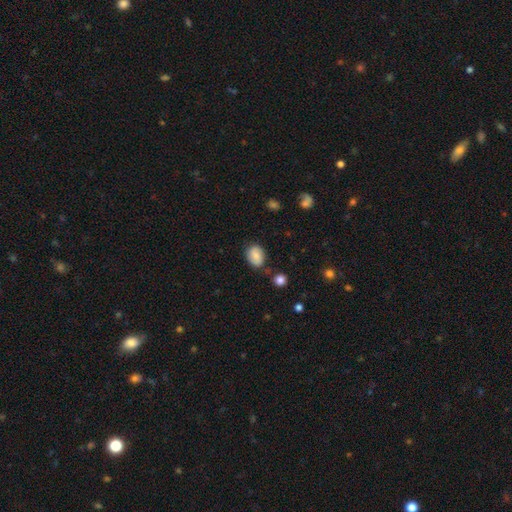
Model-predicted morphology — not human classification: Smooth or featured?
  - smooth: 75% *
  - featured or disk: 17%
  - star or artifact: 8%
How rounded?
  - in between: 68% *
  - round: 31%
  - cigar-shaped: 1%
Merging?
  - none: 73% *
  - minor disturbance: 19%
  - major disturbance: 4%
  - merger: 4%